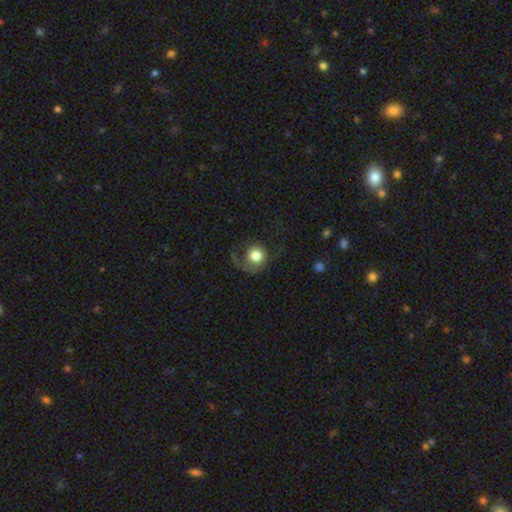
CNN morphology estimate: Smooth or featured? smooth (65%)
How rounded? round (85%)
Merging? none (42%)